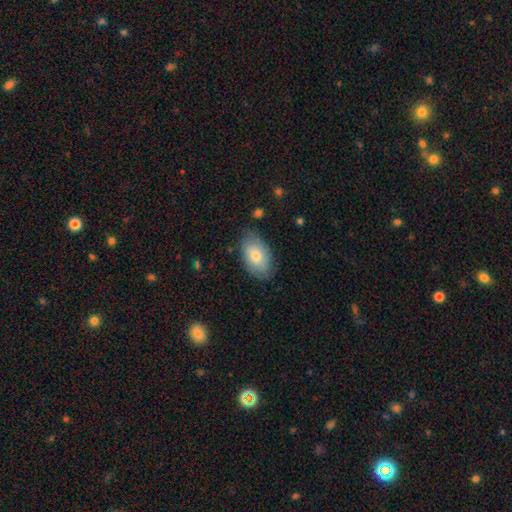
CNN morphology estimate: smooth_or_featured: smooth (p=0.73) [alt: featured or disk p=0.21]
how_rounded: in between (p=0.93) [alt: round p=0.05]
merging: none (p=0.77) [alt: minor disturbance p=0.18]